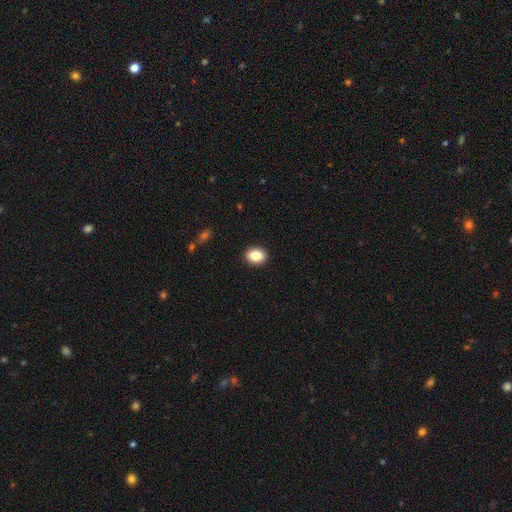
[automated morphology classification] The model was most divided on "how rounded": in between: 68%, round: 31%, cigar-shaped: 1%. More confident: merging — none (91%); smooth or featured — smooth (86%).